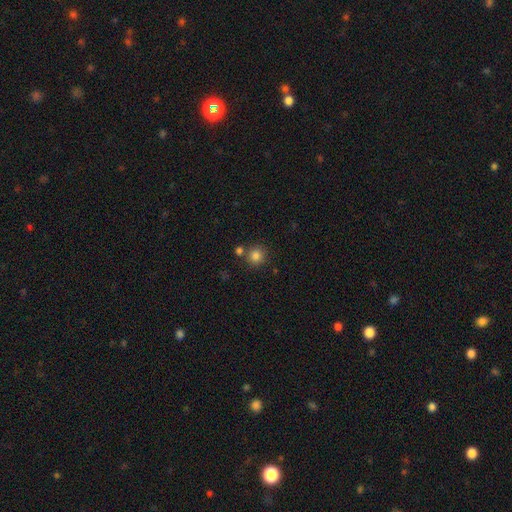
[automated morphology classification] smooth_or_featured: smooth (p=0.83) [alt: star or artifact p=0.12]
how_rounded: round (p=0.91) [alt: in between p=0.08]
merging: none (p=0.75) [alt: merger p=0.14]